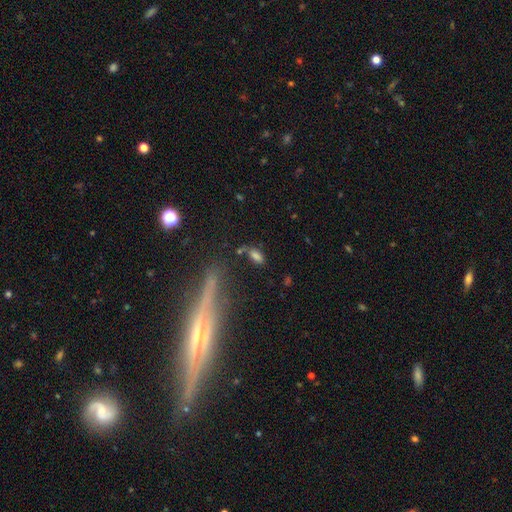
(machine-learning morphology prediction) Q: Smooth or featured?
A: smooth (77%); runner-up: star or artifact (14%)
Q: How rounded?
A: in between (82%); runner-up: cigar-shaped (12%)
Q: Merging?
A: none (63%); runner-up: minor disturbance (19%)